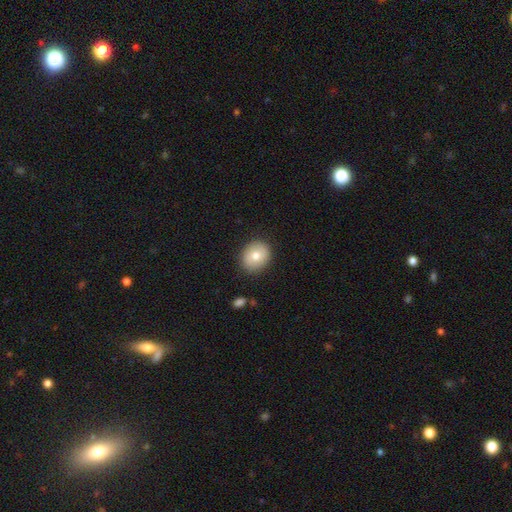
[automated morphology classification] Smooth or featured? smooth (76%)
How rounded? round (66%)
Merging? none (87%)